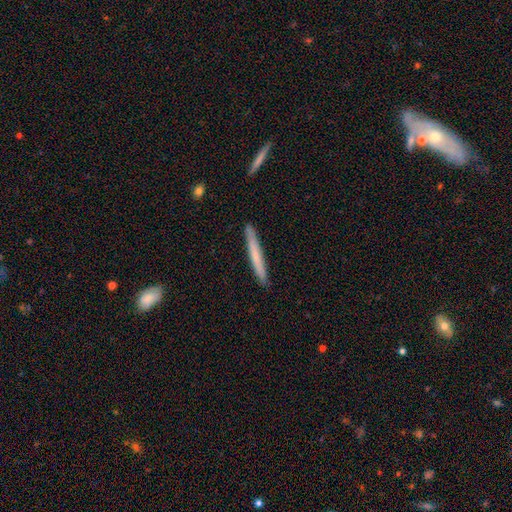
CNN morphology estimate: This is likely a smooth galaxy (62%). How rounded: clearly cigar-shaped (97%). Merging: clearly none (91%).